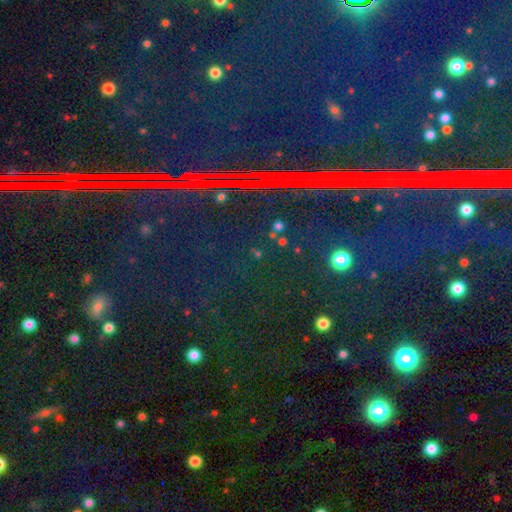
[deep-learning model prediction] Q: Smooth or featured?
A: star or artifact (84%); runner-up: smooth (9%)